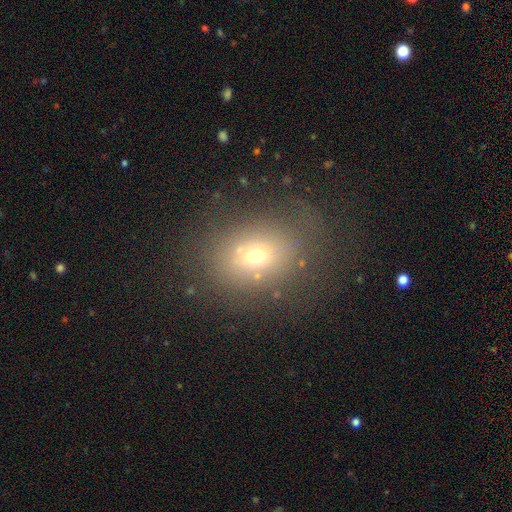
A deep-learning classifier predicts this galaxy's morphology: A smooth galaxy with no disk features (61%) that is in between round and cigar-shaped (50%).

Vote fractions:
- Smooth or featured? smooth: 61% / star or artifact: 20% / featured or disk: 18%
- How rounded? in between: 50% / round: 49% / cigar-shaped: 1%
- Merging? none: 70% / minor disturbance: 16% / major disturbance: 10% / merger: 3%